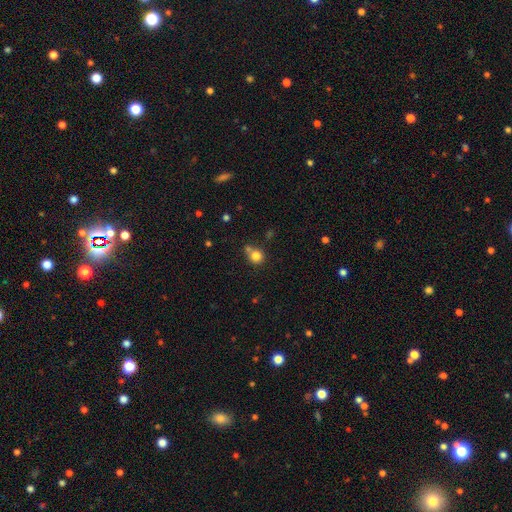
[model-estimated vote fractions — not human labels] smooth 81%, star or artifact 12%, featured or disk 7%. Down the decision tree: how rounded — round (87%); merging — none (57%).